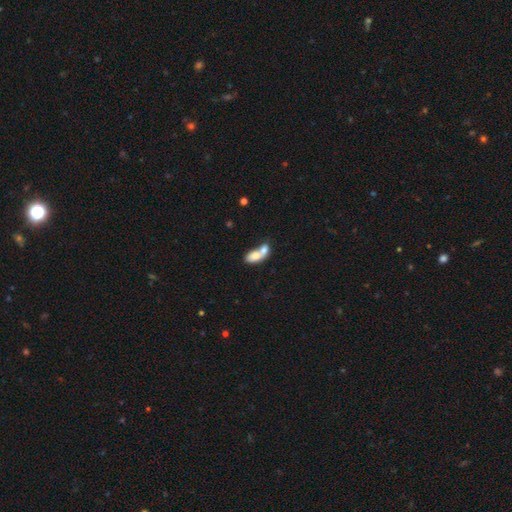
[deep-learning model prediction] Smooth or featured? smooth (70%)
How rounded? in between (83%)
Merging? merger (75%)